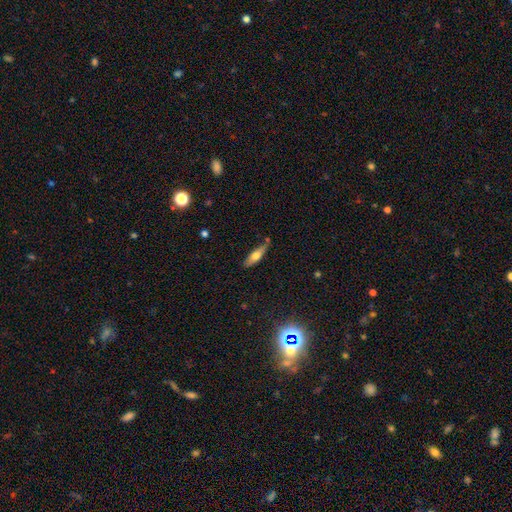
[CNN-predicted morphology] Overall: smooth (58%; featured or disk 35%). How rounded: cigar-shaped (58%; in between 40%). Merging: none (71%).